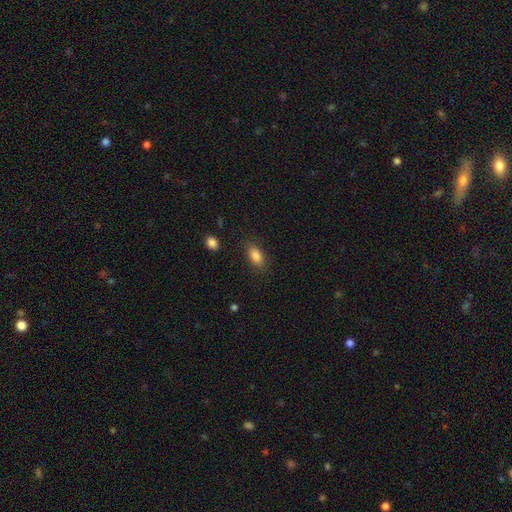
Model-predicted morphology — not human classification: smooth_or_featured: smooth (p=0.85) [alt: star or artifact p=0.08]
how_rounded: in between (p=0.87) [alt: round p=0.06]
merging: none (p=0.84) [alt: minor disturbance p=0.11]